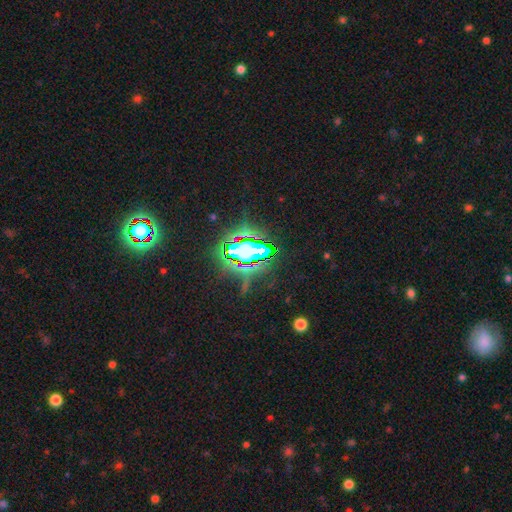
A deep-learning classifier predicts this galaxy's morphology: This is likely a star or artifact rather than a galaxy (80%).